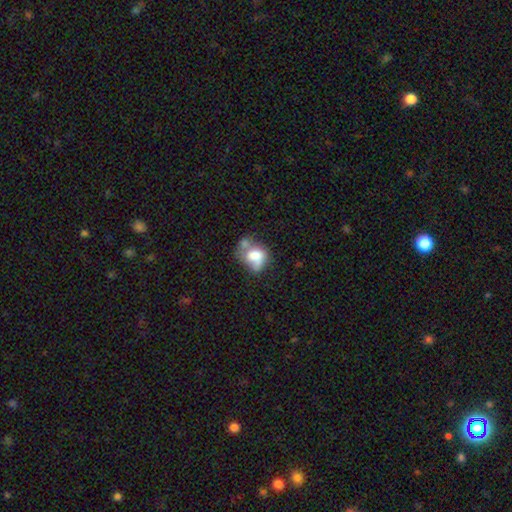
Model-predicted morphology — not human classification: smooth_or_featured: smooth (p=0.67) [alt: featured or disk p=0.23]
how_rounded: in between (p=0.59) [alt: round p=0.40]
merging: merger (p=0.41) [alt: none p=0.22]